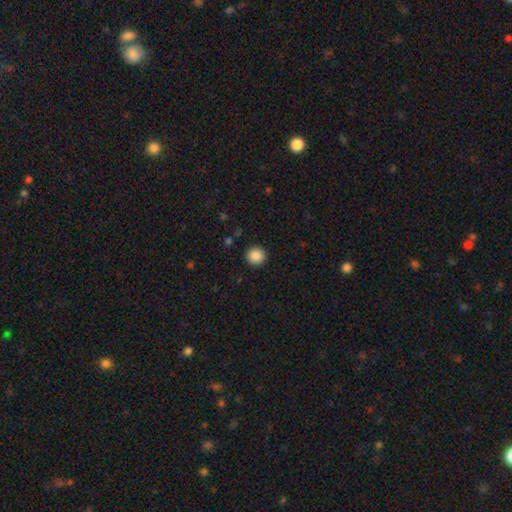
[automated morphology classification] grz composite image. It shows a smooth galaxy with no disk features (88%) that is round (94%). Merging: none (92%).